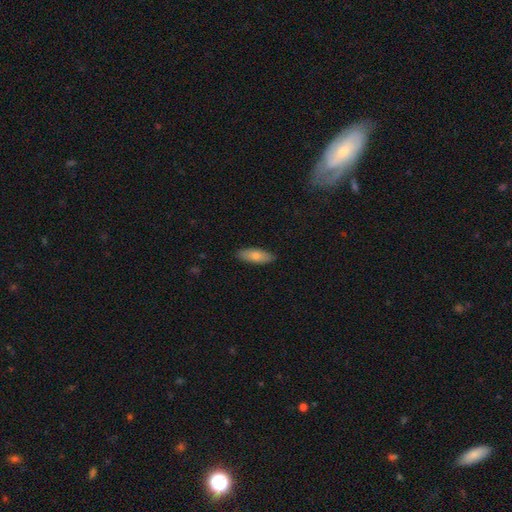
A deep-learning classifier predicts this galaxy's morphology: Smooth or featured? smooth (75%)
How rounded? in between (68%)
Merging? none (88%)